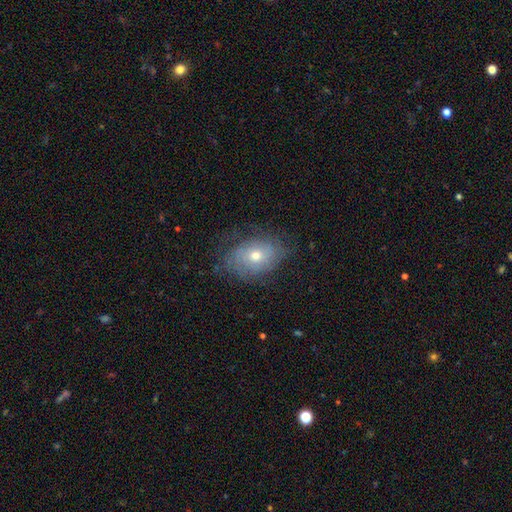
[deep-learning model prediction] This appears to be a featured or disk galaxy (54%) with no bar (83%), spiral arms (67%) and a moderate central bulge (65%). Merging: none (67%).